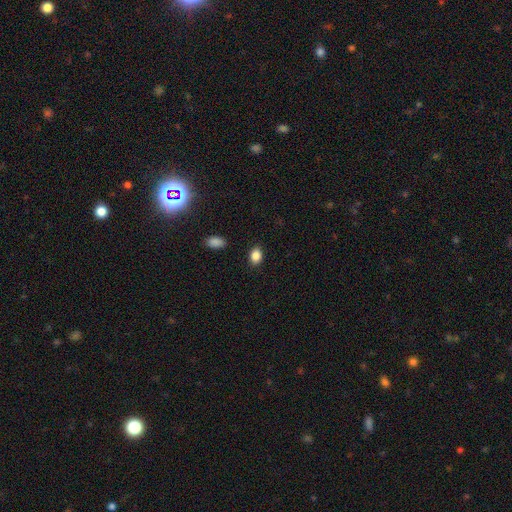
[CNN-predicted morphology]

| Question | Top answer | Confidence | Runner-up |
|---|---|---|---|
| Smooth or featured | smooth | 87% | star or artifact (9%) |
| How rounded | in between | 71% | round (28%) |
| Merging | none | 89% | minor disturbance (8%) |